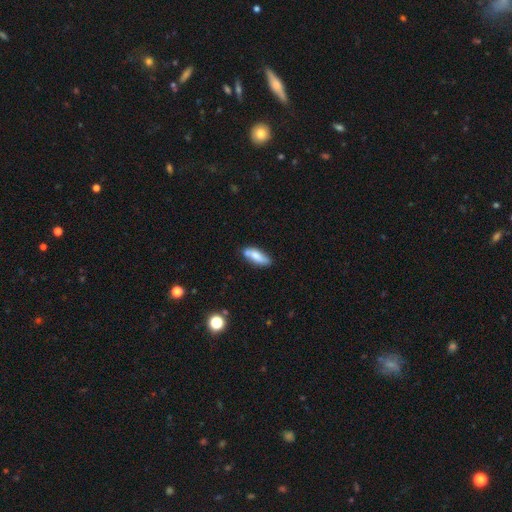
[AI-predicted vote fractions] Overall: smooth (72%). How rounded: in between (60%; cigar-shaped 38%). Merging: none (67%).